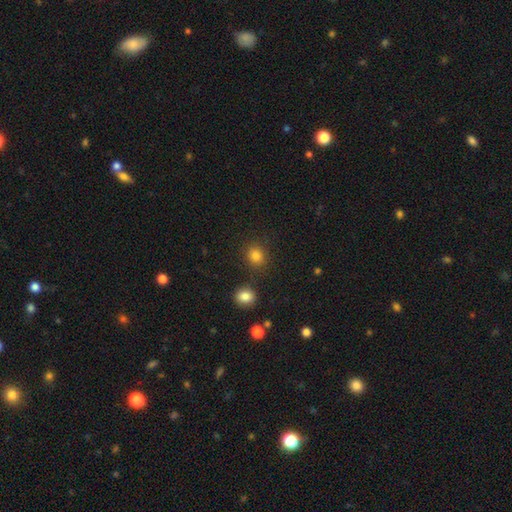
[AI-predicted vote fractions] This appears to be a smooth galaxy with no disk features (83%) that is round (79%). Merging: none (83%).